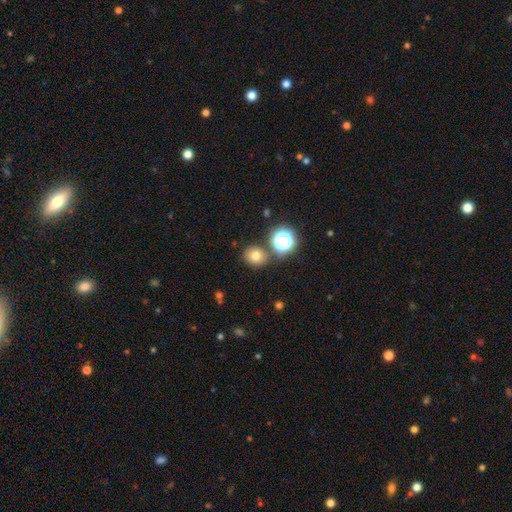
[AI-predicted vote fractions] smooth 72%, star or artifact 18%, featured or disk 10%. Down the decision tree: how rounded — round (74%); merging — none (77%).